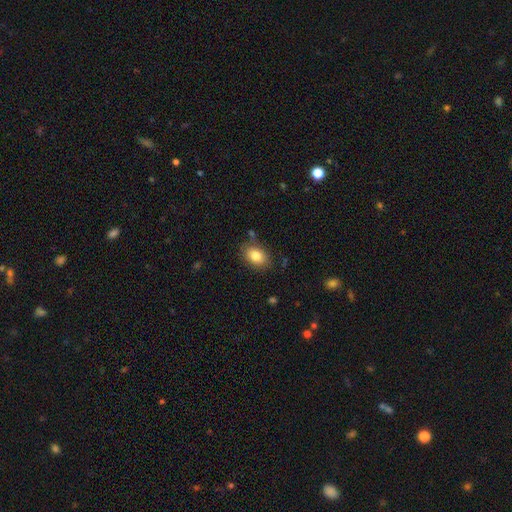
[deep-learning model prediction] smooth_or_featured: smooth (p=0.82) [alt: featured or disk p=0.09]
how_rounded: in between (p=0.75) [alt: round p=0.24]
merging: none (p=0.80) [alt: minor disturbance p=0.14]